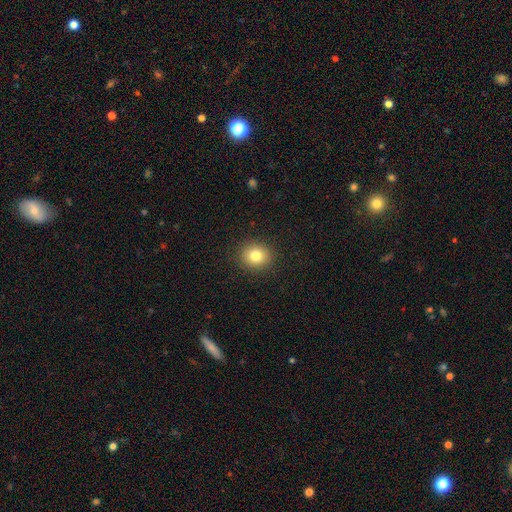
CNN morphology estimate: Smooth or featured: smooth — 80% (star or artifact — 11%)
How rounded: round — 77% (in between — 22%)
Merging: none — 90% (minor disturbance — 6%)